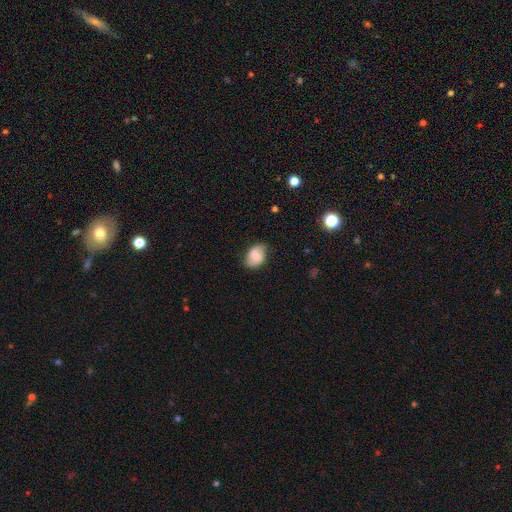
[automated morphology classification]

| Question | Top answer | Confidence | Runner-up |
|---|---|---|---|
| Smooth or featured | smooth | 53% | featured or disk (39%) |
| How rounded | in between | 76% | round (23%) |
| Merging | none | 75% | minor disturbance (19%) |